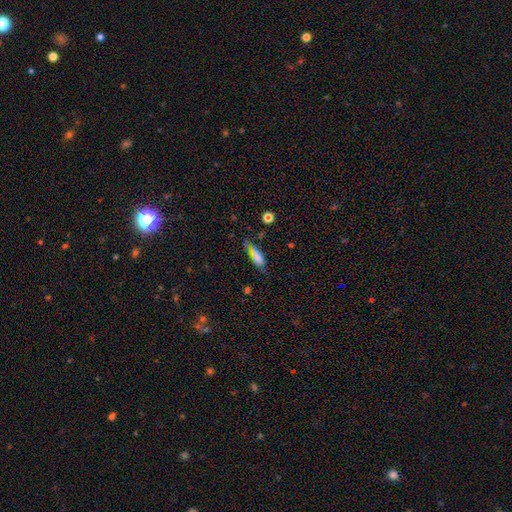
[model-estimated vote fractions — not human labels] The model was most divided on "how rounded": in between: 52%, cigar-shaped: 45%, round: 3%. More confident: smooth or featured — smooth (70%); merging — none (54%).